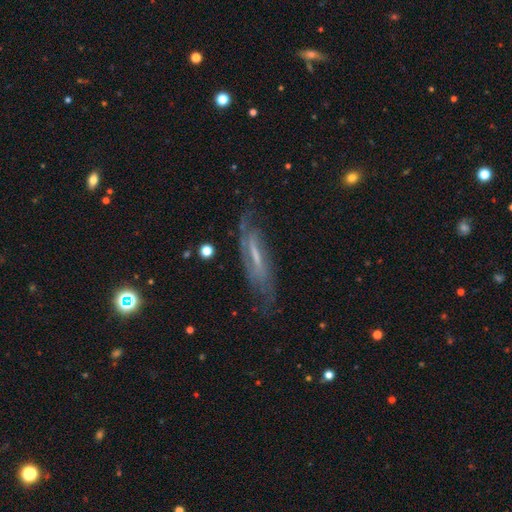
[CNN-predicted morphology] Q: Smooth or featured?
A: featured or disk (77%); runner-up: smooth (14%)
Q: Edge-on disk?
A: no (68%); runner-up: yes (32%)
Q: Bar?
A: weak (43%); runner-up: strong (37%)
Q: Spiral arms?
A: yes (88%); runner-up: no (12%)
Q: Bulge size?
A: small (47%); runner-up: moderate (28%)
Q: Merging?
A: none (70%); runner-up: minor disturbance (19%)